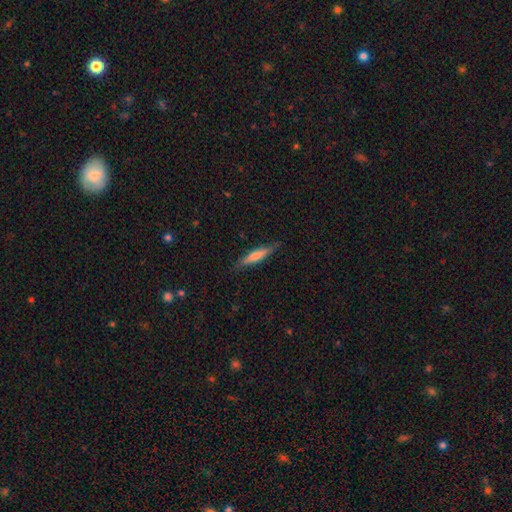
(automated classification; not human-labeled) Q: Smooth or featured?
A: smooth (59%); runner-up: featured or disk (35%)
Q: How rounded?
A: cigar-shaped (89%); runner-up: in between (9%)
Q: Merging?
A: none (85%); runner-up: minor disturbance (11%)